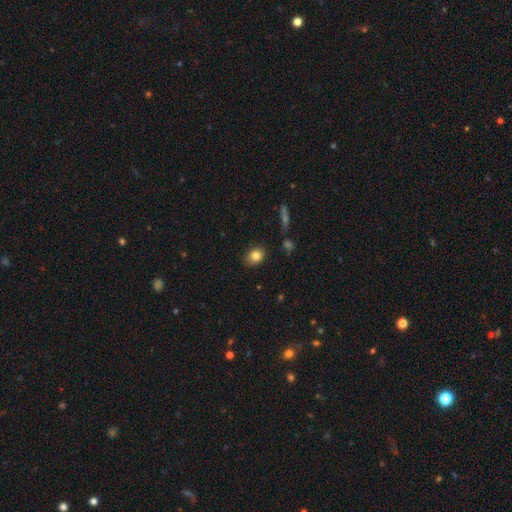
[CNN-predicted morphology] A smooth galaxy with no disk features (82%) that is in between round and cigar-shaped (58%). Merging: none (81%).